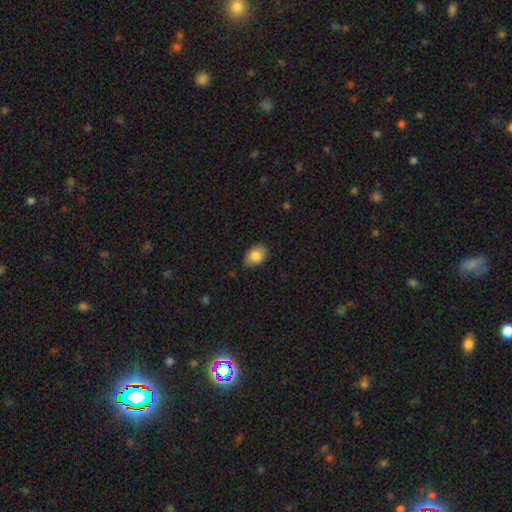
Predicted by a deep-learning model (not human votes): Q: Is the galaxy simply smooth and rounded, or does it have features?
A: smooth — 84%.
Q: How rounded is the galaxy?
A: in between — 79%.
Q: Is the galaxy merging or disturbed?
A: none — 80%.